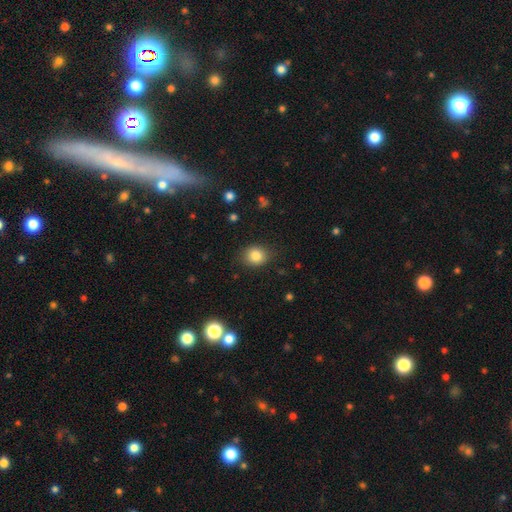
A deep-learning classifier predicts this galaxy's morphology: Smooth or featured? smooth (84%)
How rounded? round (65%)
Merging? none (83%)